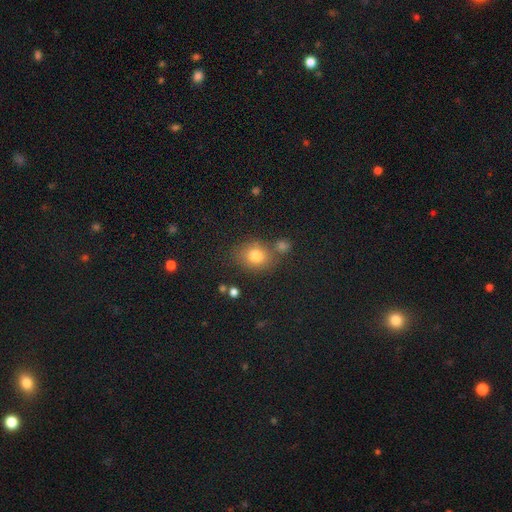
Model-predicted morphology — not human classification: Q: Smooth or featured?
A: smooth (77%); runner-up: star or artifact (13%)
Q: How rounded?
A: round (59%); runner-up: in between (40%)
Q: Merging?
A: none (68%); runner-up: merger (14%)